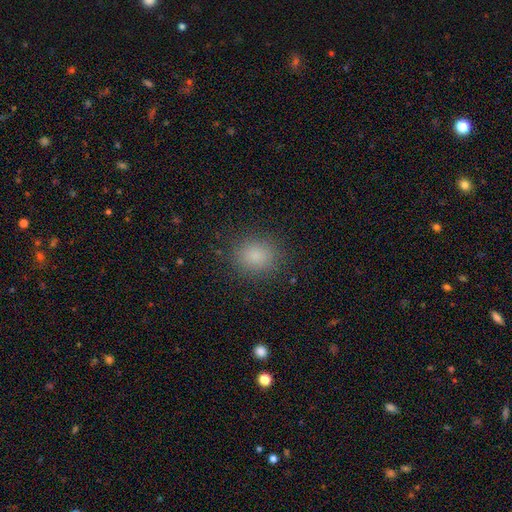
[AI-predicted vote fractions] smooth-or-featured: smooth: 83% | star or artifact: 12% | featured or disk: 5%
  how-rounded: round: 68% | in between: 31% | cigar-shaped: 1%
  merging: none: 87% | minor disturbance: 8% | major disturbance: 3% | merger: 1%